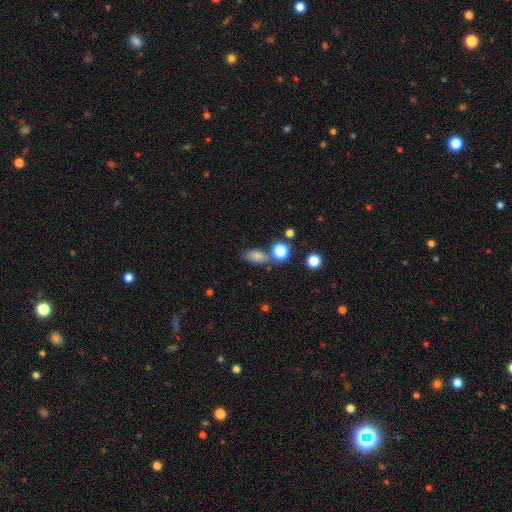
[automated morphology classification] Smooth or featured: smooth — 76% (star or artifact — 14%)
How rounded: in between — 80% (round — 16%)
Merging: none — 63% (merger — 16%)